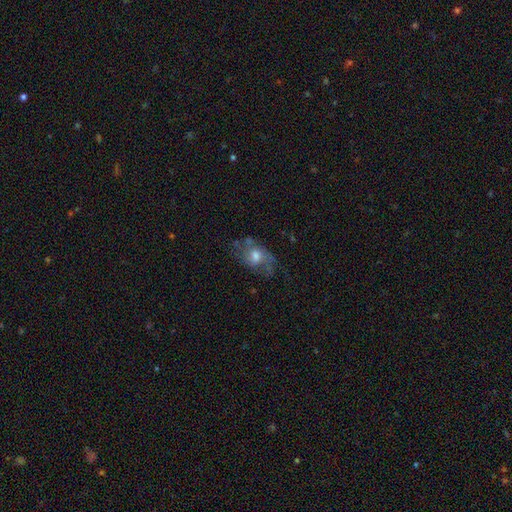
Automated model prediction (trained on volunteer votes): This is possibly a featured or disk galaxy (57%). It is clearly not viewed edge-on (94%). Bar: likely no (68%). Spiral arm pattern: likely yes (68%). Central bulge: likely moderate (61%). Merging: possibly none (51%).